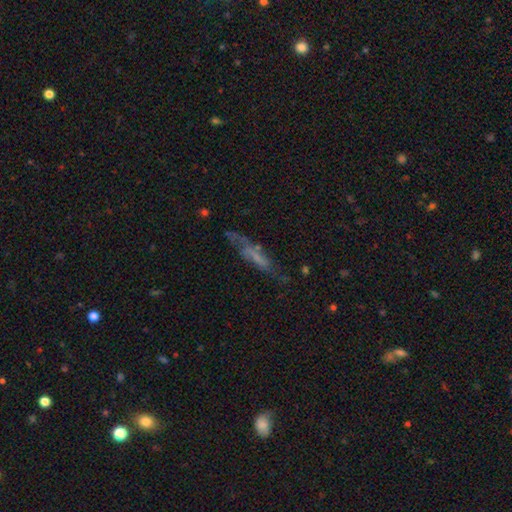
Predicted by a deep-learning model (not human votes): This appears to be a featured or disk galaxy (51%). Merging: none (47%).